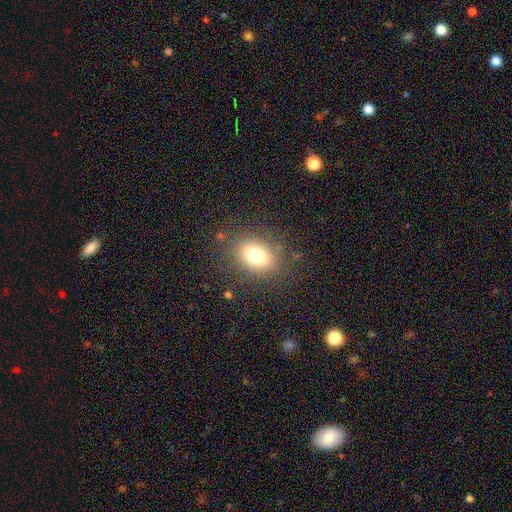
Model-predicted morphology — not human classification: smooth_or_featured: smooth (p=0.75) [alt: star or artifact p=0.13]
how_rounded: in between (p=0.67) [alt: round p=0.32]
merging: none (p=0.81) [alt: minor disturbance p=0.11]